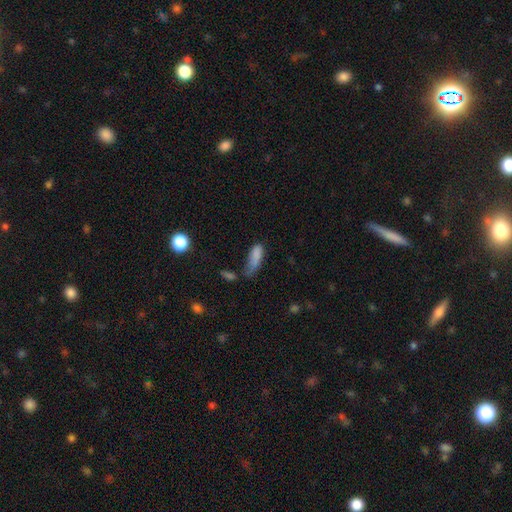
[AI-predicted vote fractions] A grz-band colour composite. It shows a smooth galaxy with no disk features (80%) that is in between round and cigar-shaped (63%). Merging: minor disturbance (30%, tied with major disturbance).